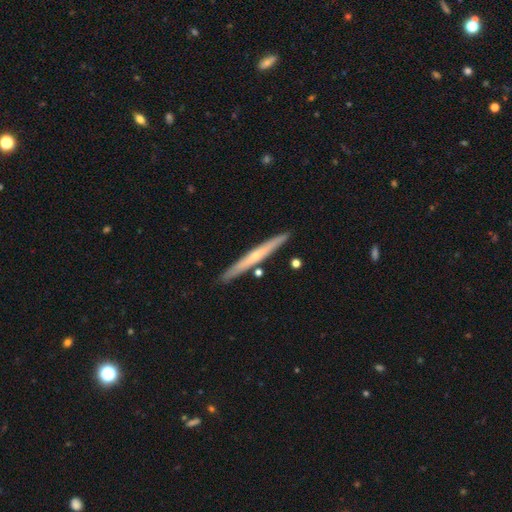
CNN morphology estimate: A featured or disk galaxy (55%) viewed edge-on (96%) with no central bulge (49%). Merging: none (89%).